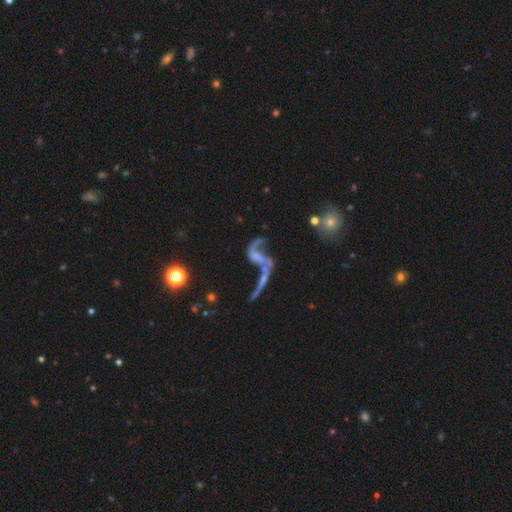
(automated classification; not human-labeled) featured or disk 76%, star or artifact 13%, smooth 11%. Down the decision tree: edge-on disk — no (92%); bar — no (58%); spiral arms — yes (78%); spiral arm count — 2 (79%); spiral winding — loose (86%); bulge size — none (39%); merging — merger (43%).